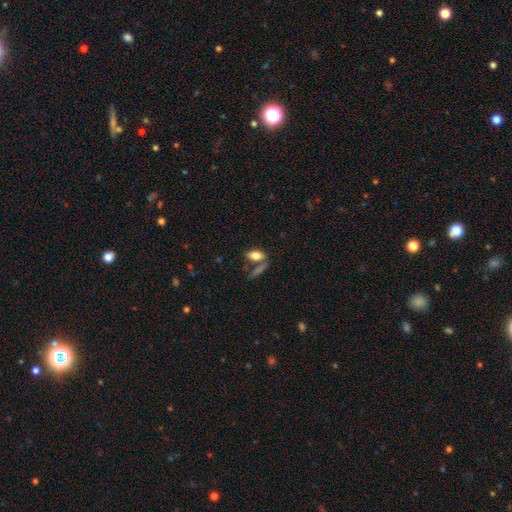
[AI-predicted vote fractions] A smooth galaxy with no disk features (78%) that is in between round and cigar-shaped (86%).

Vote fractions:
- Smooth or featured? smooth: 78% / featured or disk: 14% / star or artifact: 8%
- How rounded? in between: 86% / cigar-shaped: 9% / round: 5%
- Merging? none: 54% / merger: 25% / minor disturbance: 14% / major disturbance: 7%